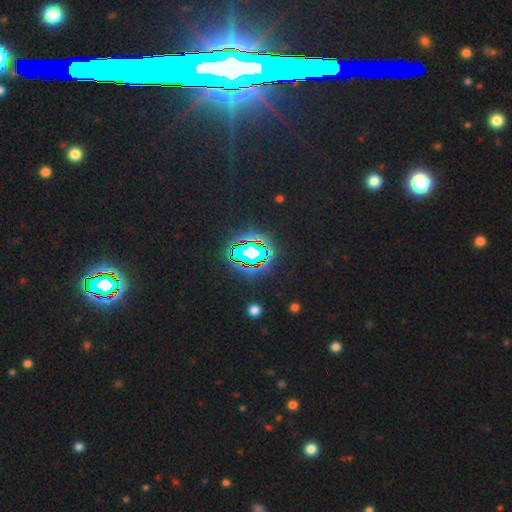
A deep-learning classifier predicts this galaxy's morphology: A star or artifact, not a galaxy (81%).